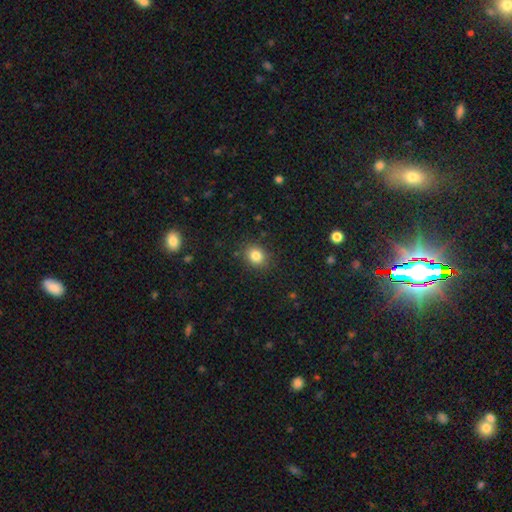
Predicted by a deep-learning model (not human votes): Morphology: type=smooth (83%); roundness=round (64%); merging=none (86%).